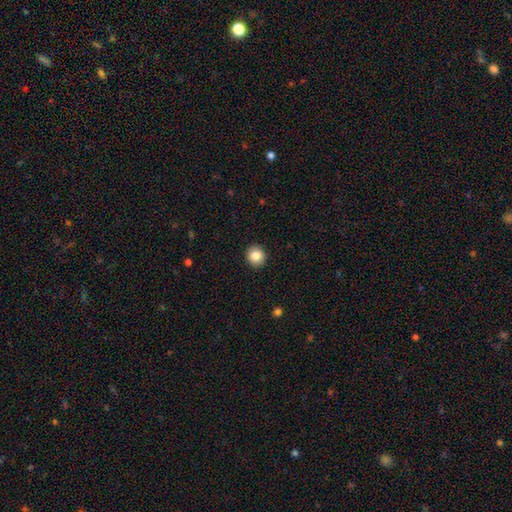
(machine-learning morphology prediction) This is clearly a smooth galaxy (84%). How rounded: clearly round (91%). Merging: clearly none (92%).